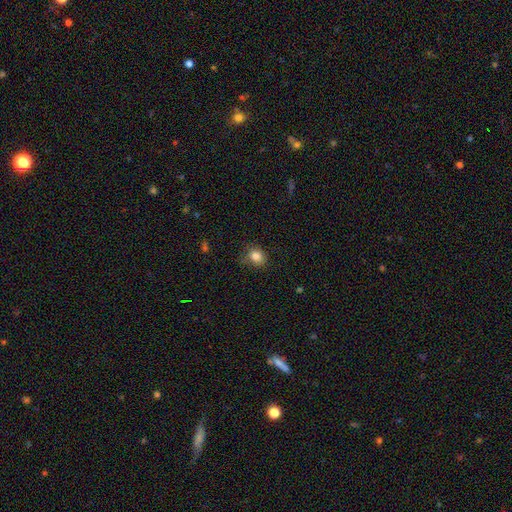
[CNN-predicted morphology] Overall: smooth (83%). How rounded: round (64%; in between 35%). Merging: none (76%).